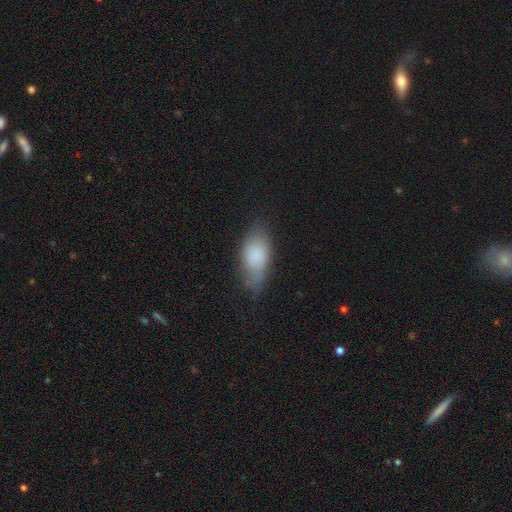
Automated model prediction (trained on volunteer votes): Overall: smooth (80%). How rounded: in between (88%). Merging: none (60%; minor disturbance 30%).